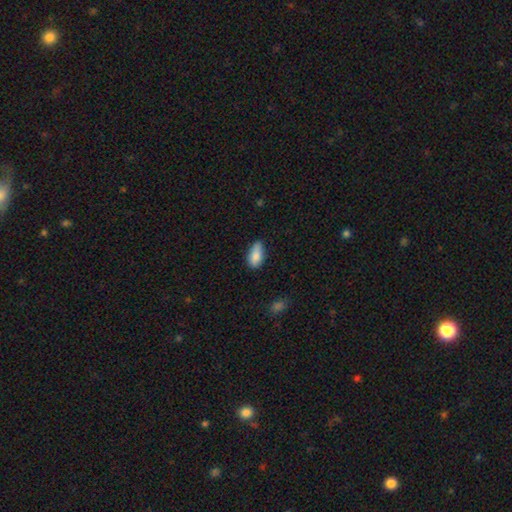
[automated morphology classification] smooth_or_featured: smooth (p=0.85) [alt: featured or disk p=0.08]
how_rounded: in between (p=0.88) [alt: cigar-shaped p=0.09]
merging: none (p=0.71) [alt: minor disturbance p=0.24]